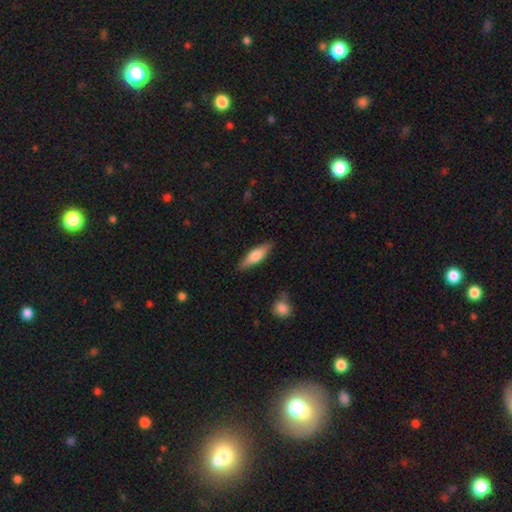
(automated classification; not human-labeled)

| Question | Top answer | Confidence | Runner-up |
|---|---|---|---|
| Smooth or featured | smooth | 65% | featured or disk (30%) |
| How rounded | cigar-shaped | 59% | in between (39%) |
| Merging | none | 86% | minor disturbance (10%) |